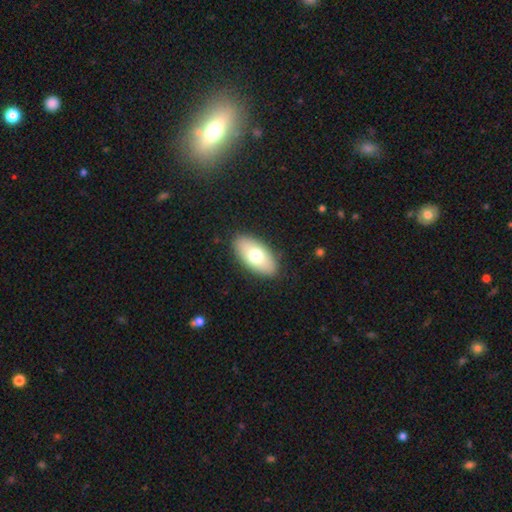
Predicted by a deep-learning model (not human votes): Overall: smooth (72%). How rounded: in between (93%). Merging: none (88%).